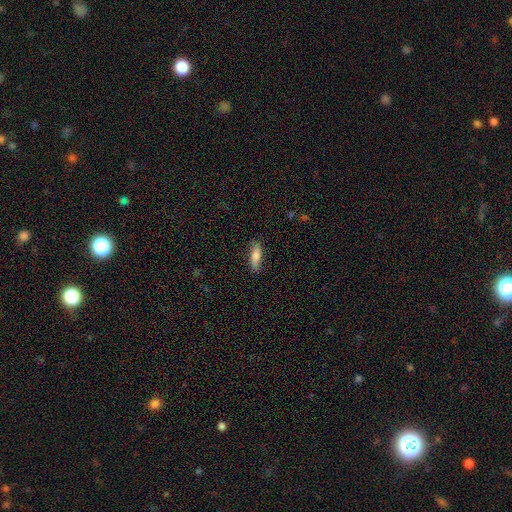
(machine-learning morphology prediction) Smooth or featured? smooth (72%)
How rounded? cigar-shaped (52%)
Merging? none (82%)